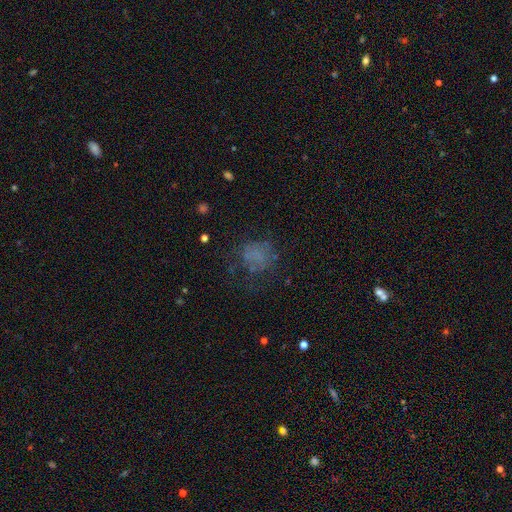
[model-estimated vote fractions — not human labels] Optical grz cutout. It shows a smooth galaxy with no disk features (59%) that is round (67%). Merging: none (53%).